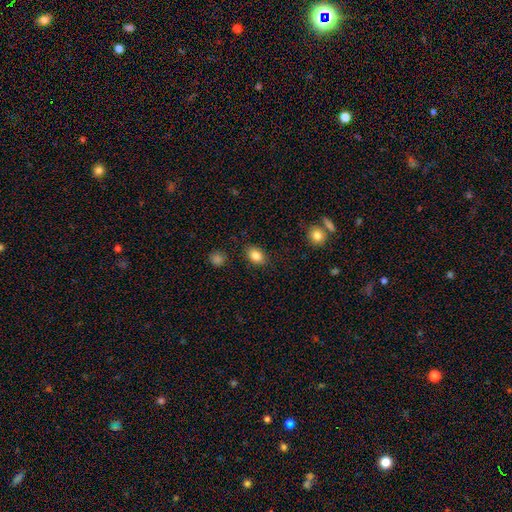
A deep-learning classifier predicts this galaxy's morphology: smooth_or_featured: smooth (p=0.84) [alt: star or artifact p=0.09]
how_rounded: in between (p=0.78) [alt: round p=0.20]
merging: none (p=0.86) [alt: minor disturbance p=0.10]